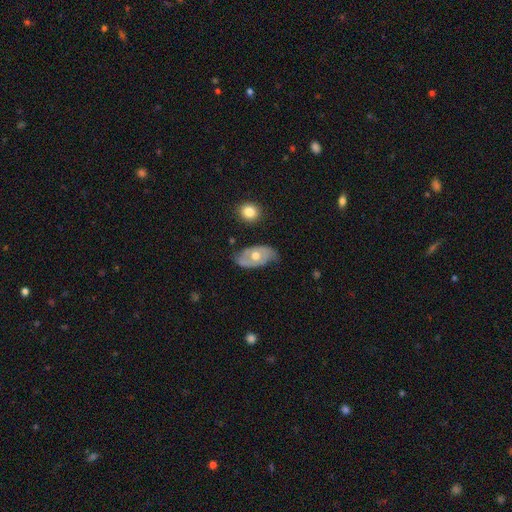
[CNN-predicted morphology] Overall: featured or disk (59%; smooth 35%). Edge-on disk: no (90%). Bar: no (84%). Spiral arms: no (54%; yes 46%). Bulge size: moderate (79%). Merging: none (60%; minor disturbance 29%).